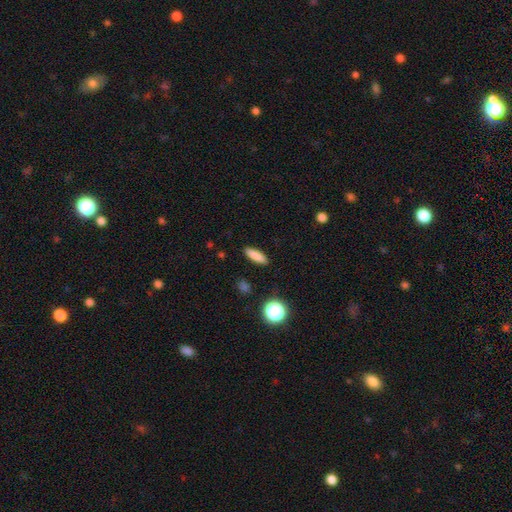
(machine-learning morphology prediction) smooth 84%, star or artifact 9%, featured or disk 7%. Down the decision tree: how rounded — cigar-shaped (59%); merging — none (90%).